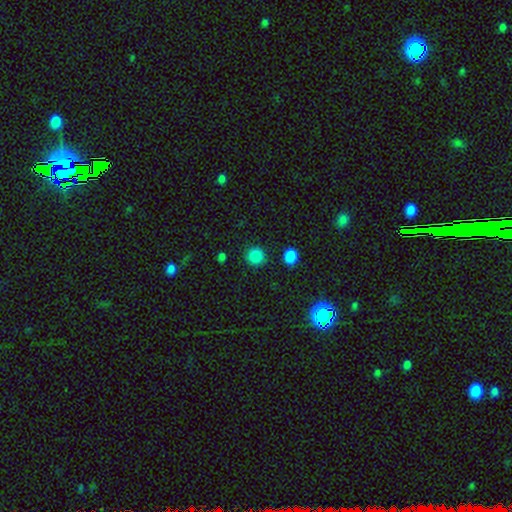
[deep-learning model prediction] Smooth or featured: smooth — 85% (star or artifact — 12%)
How rounded: round — 91% (in between — 8%)
Merging: none — 88% (minor disturbance — 7%)